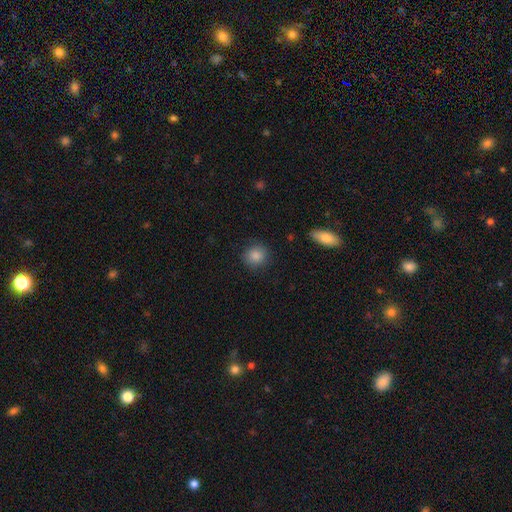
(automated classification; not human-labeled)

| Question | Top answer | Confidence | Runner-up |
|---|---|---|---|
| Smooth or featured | smooth | 85% | star or artifact (10%) |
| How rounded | round | 85% | in between (14%) |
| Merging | none | 88% | minor disturbance (8%) |